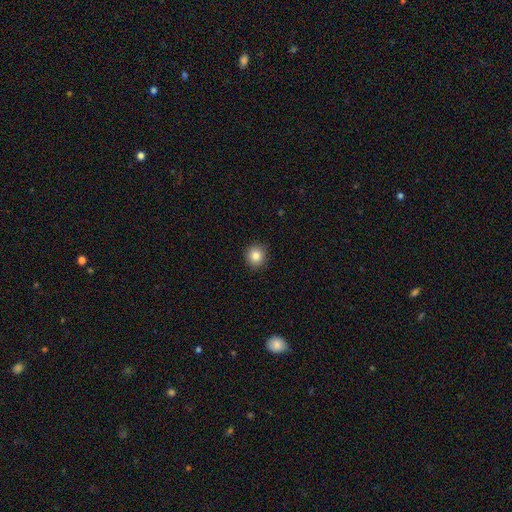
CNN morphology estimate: A smooth galaxy with no disk features (84%) that is round (93%). Merging: none (92%).